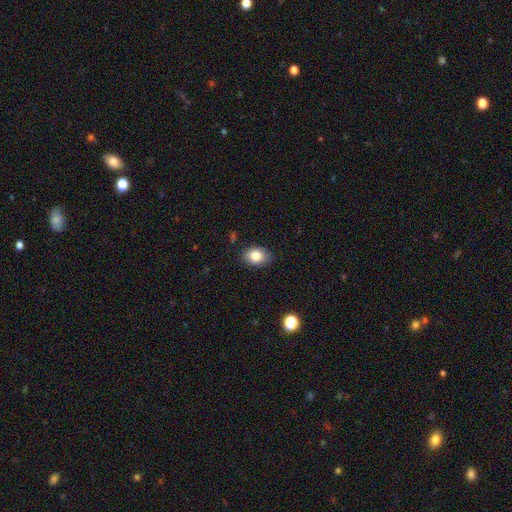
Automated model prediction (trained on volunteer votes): Smooth or featured: smooth — 84% (star or artifact — 9%)
How rounded: in between — 69% (round — 30%)
Merging: none — 83% (minor disturbance — 13%)